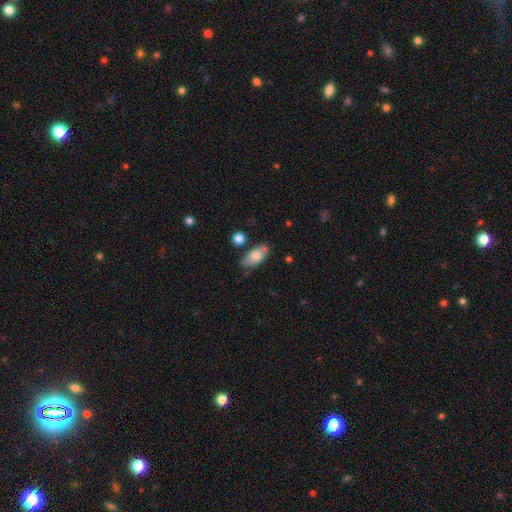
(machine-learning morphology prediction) smooth 77%, featured or disk 16%, star or artifact 7%. Down the decision tree: how rounded — in between (87%); merging — none (64%).